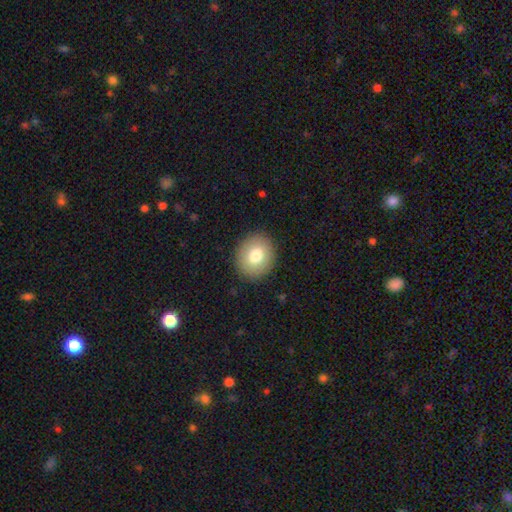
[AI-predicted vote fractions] Morphology: type=smooth (78%); roundness=round (73%); merging=none (90%).